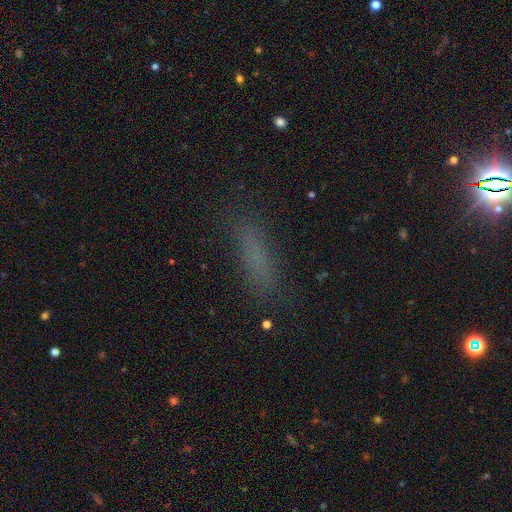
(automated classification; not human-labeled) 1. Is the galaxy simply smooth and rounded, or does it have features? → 66% smooth, 23% star or artifact, 11% featured or disk.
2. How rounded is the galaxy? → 66% cigar-shaped, 31% in between, 3% round.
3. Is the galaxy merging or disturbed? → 82% none, 12% minor disturbance, 5% major disturbance, 2% merger.